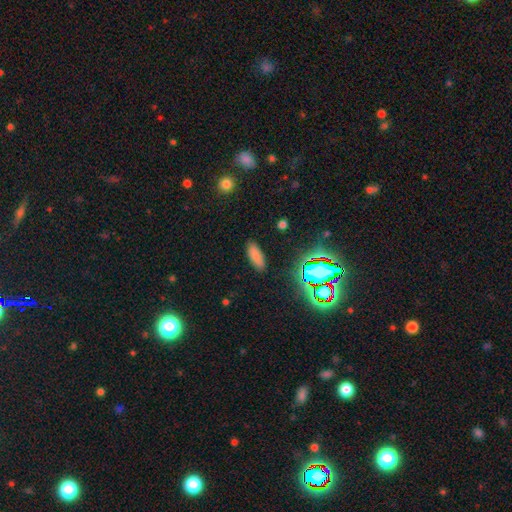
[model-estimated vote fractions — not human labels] Smooth or featured? Predicted: smooth (p=0.77). How rounded? Predicted: in between (p=0.76). Merging? Predicted: none (p=0.87).